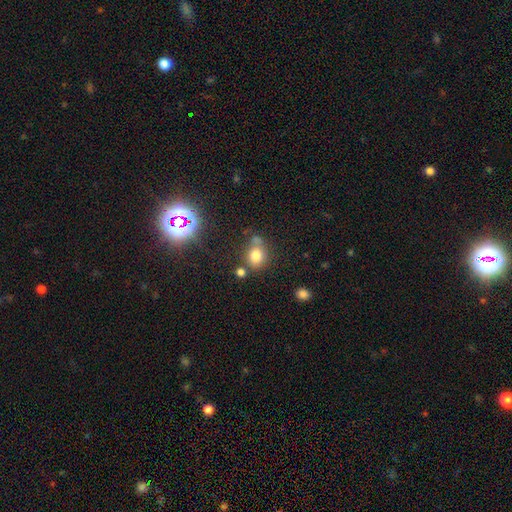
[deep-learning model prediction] This is likely a smooth galaxy (77%). How rounded: possibly round (55%). Merging: possibly none (55%).